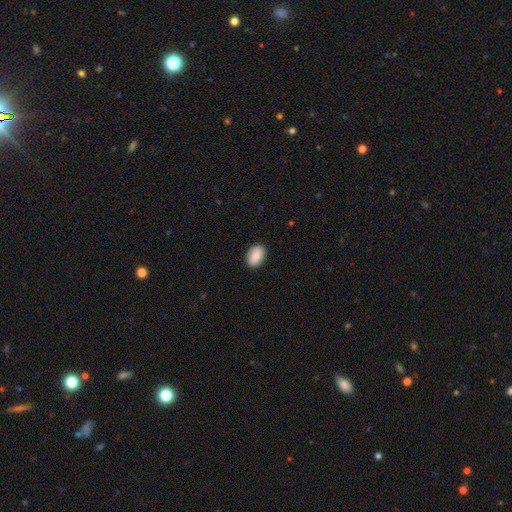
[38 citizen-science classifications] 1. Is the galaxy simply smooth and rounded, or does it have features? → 97% smooth, 3% star or artifact, 0% featured or disk.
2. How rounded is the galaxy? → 78% in between, 22% round, 0% cigar-shaped.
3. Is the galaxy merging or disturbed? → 95% none, 3% minor disturbance, 3% major disturbance, 0% merger.